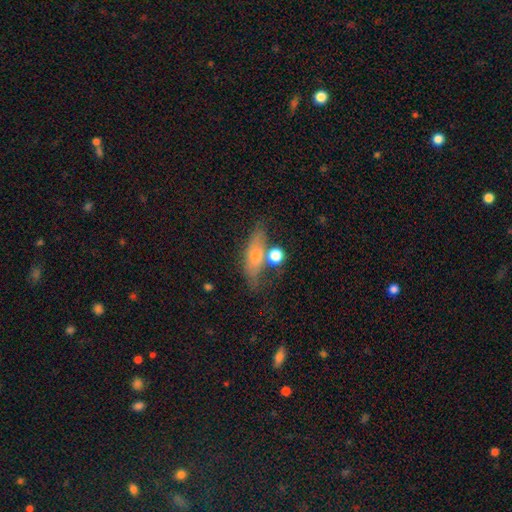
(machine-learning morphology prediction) smooth_or_featured: smooth (p=0.52) [alt: featured or disk p=0.38]
how_rounded: in between (p=0.52) [alt: cigar-shaped p=0.39]
merging: none (p=0.56) [alt: minor disturbance p=0.19]